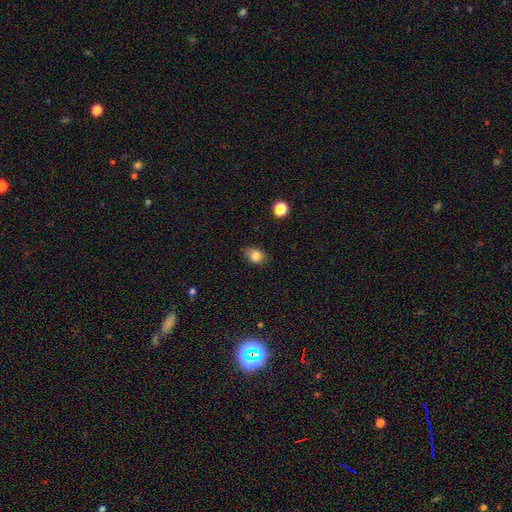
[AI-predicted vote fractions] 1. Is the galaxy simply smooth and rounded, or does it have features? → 82% smooth, 11% star or artifact, 7% featured or disk.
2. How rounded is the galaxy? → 55% in between, 44% round, 1% cigar-shaped.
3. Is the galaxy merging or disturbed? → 73% none, 22% minor disturbance, 4% major disturbance, 1% merger.